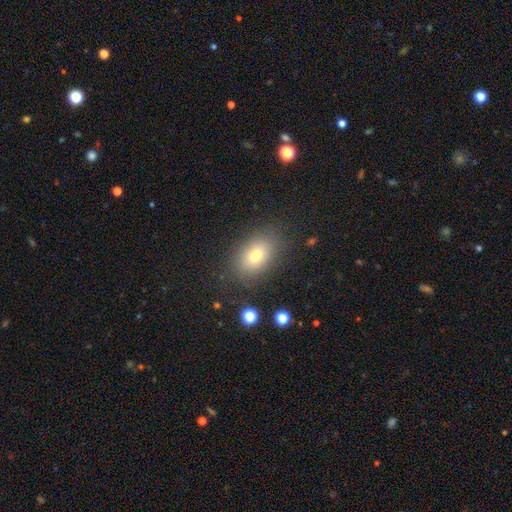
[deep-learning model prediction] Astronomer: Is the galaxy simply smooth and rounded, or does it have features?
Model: smooth — 74%.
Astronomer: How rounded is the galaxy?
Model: in between — 80%.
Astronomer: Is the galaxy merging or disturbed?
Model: none — 82%.